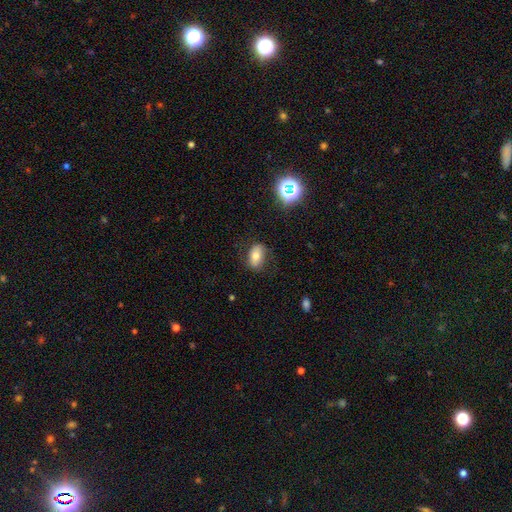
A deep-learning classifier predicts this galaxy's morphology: smooth_or_featured: smooth (p=0.70) [alt: featured or disk p=0.19]
how_rounded: in between (p=0.86) [alt: round p=0.12]
merging: none (p=0.75) [alt: minor disturbance p=0.17]